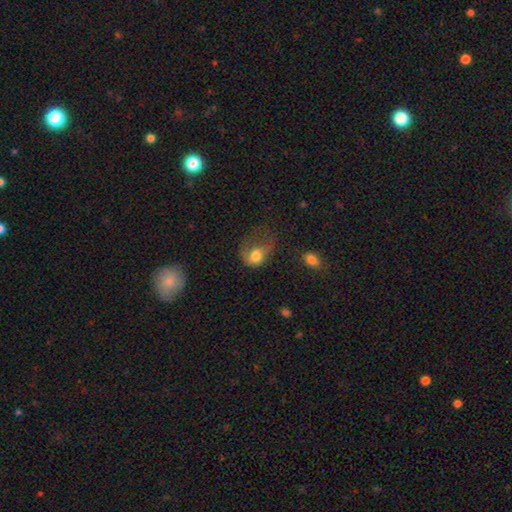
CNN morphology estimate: Overall: smooth (67%). How rounded: in between (54%; round 45%). Merging: major disturbance (56%; minor disturbance 22%).